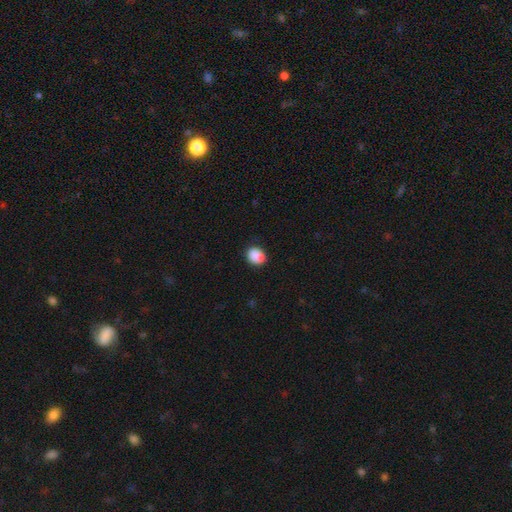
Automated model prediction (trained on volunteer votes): The model was most divided on "how rounded": round: 57%, in between: 43%, cigar-shaped: 1%. More confident: smooth or featured — smooth (90%); merging — none (87%).